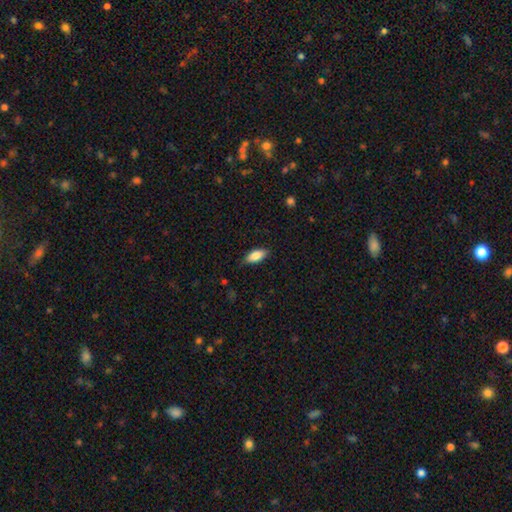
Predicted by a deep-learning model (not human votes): The model was most divided on "merging": none: 81%, minor disturbance: 15%, major disturbance: 3%, merger: 1%. More confident: how rounded — in between (85%); smooth or featured — smooth (84%).